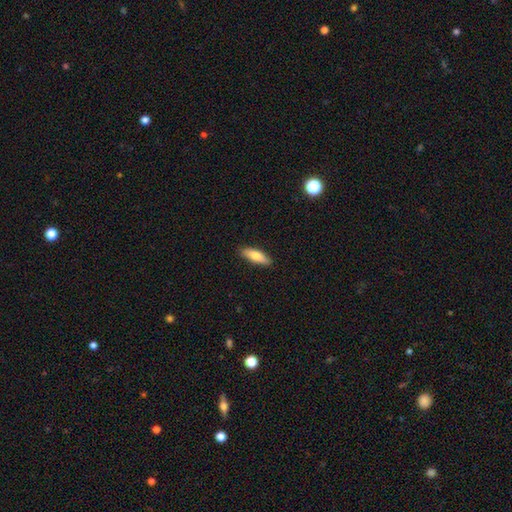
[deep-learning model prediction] Overall: smooth (77%). How rounded: in between (51%; cigar-shaped 48%). Merging: none (88%).